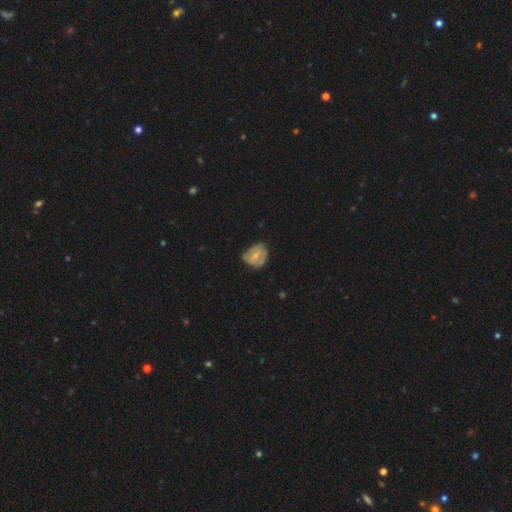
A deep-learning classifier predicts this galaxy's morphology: The model was most divided on "smooth or featured": smooth: 50%, featured or disk: 43%, star or artifact: 8%. Remaining: merging — none (47%).